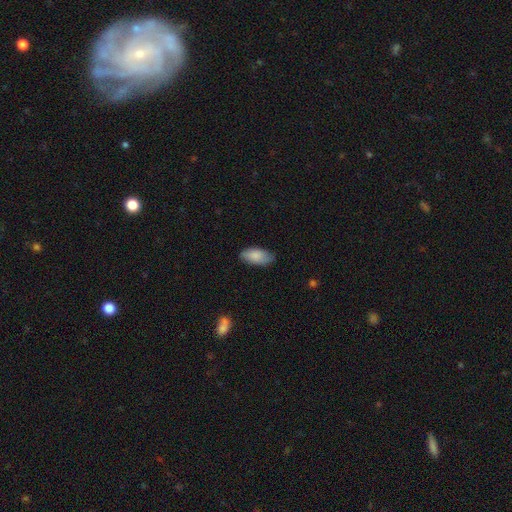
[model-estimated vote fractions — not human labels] Smooth or featured: smooth — 85% (featured or disk — 9%)
How rounded: in between — 92% (cigar-shaped — 6%)
Merging: none — 77% (minor disturbance — 19%)